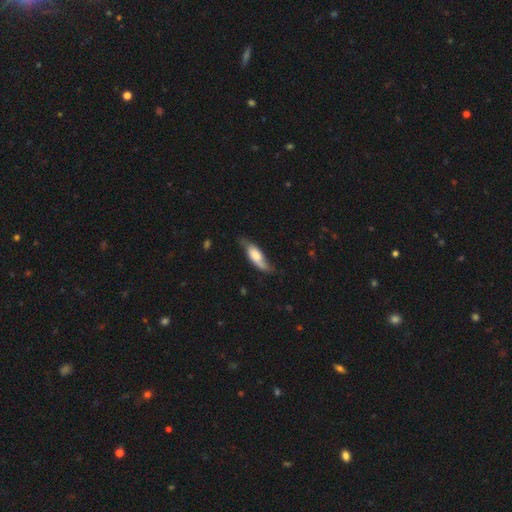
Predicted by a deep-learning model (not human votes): The model was most divided on "how rounded": in between: 55%, cigar-shaped: 43%, round: 2%. More confident: merging — none (59%); smooth or featured — smooth (55%).